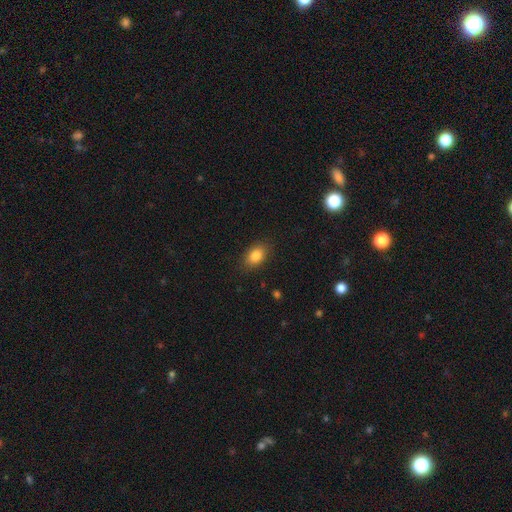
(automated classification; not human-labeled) Smooth or featured? smooth (84%)
How rounded? in between (83%)
Merging? none (85%)